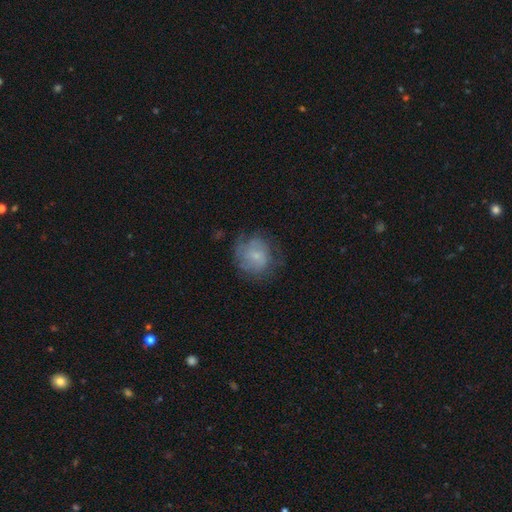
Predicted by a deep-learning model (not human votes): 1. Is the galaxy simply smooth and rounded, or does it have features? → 52% smooth, 38% featured or disk, 9% star or artifact.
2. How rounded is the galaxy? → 81% round, 18% in between, 1% cigar-shaped.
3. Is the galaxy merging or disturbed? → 61% none, 24% minor disturbance, 14% major disturbance, 1% merger.